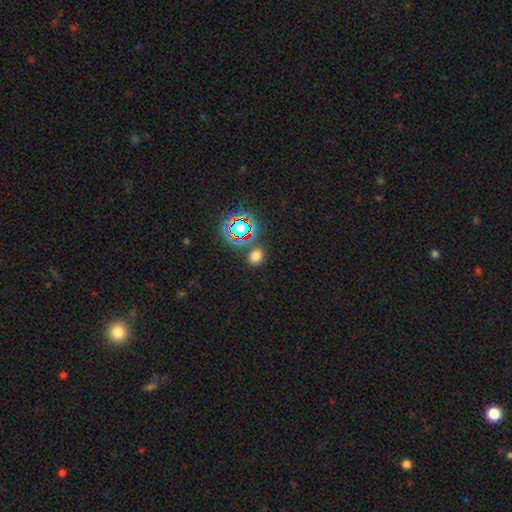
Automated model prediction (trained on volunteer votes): smooth 70%, star or artifact 25%, featured or disk 6%. Down the decision tree: how rounded — round (59%); merging — none (79%).